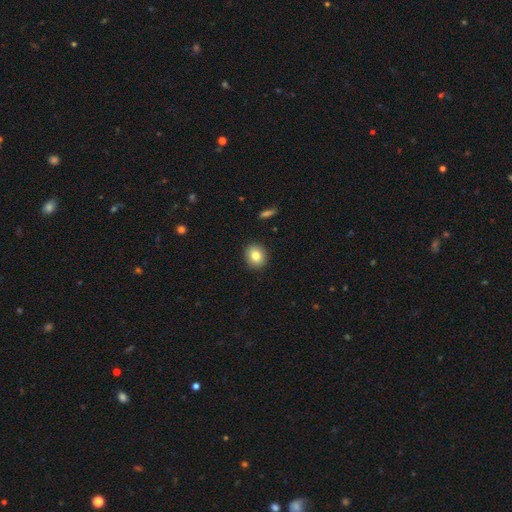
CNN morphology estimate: smooth_or_featured: smooth (p=0.81) [alt: featured or disk p=0.10]
how_rounded: round (p=0.80) [alt: in between p=0.19]
merging: none (p=0.91) [alt: minor disturbance p=0.06]